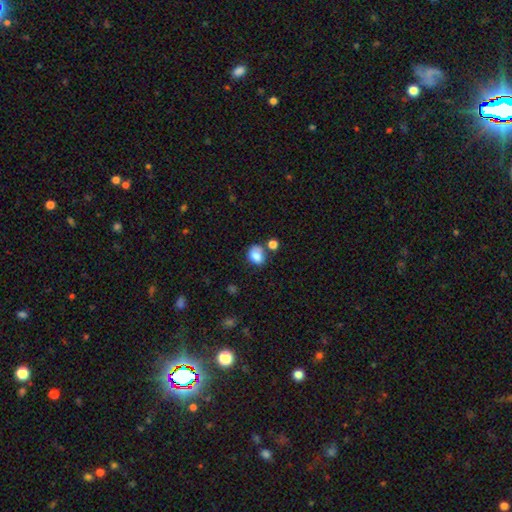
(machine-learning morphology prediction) smooth 82%, star or artifact 9%, featured or disk 8%. Down the decision tree: how rounded — in between (59%); merging — none (48%).